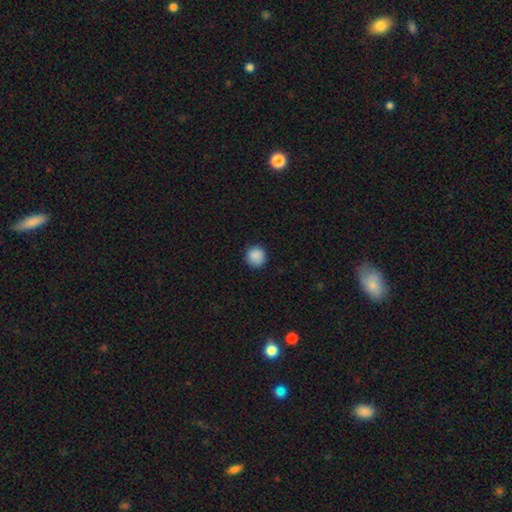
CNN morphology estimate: Overall: smooth (89%). How rounded: round (94%). Merging: none (90%).